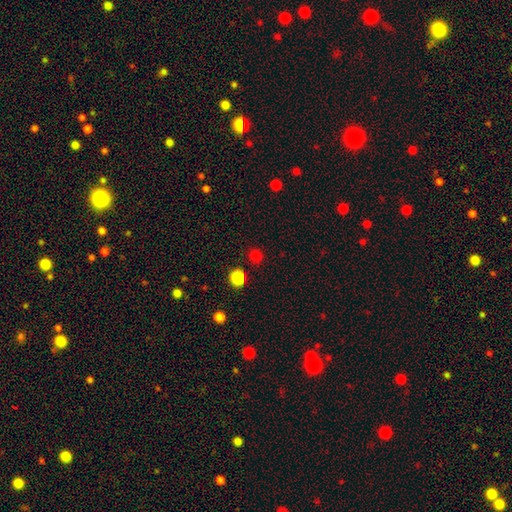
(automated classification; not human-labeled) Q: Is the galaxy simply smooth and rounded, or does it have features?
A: smooth — 73%.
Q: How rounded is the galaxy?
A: round — 92%.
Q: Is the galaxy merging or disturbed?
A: none — 88%.